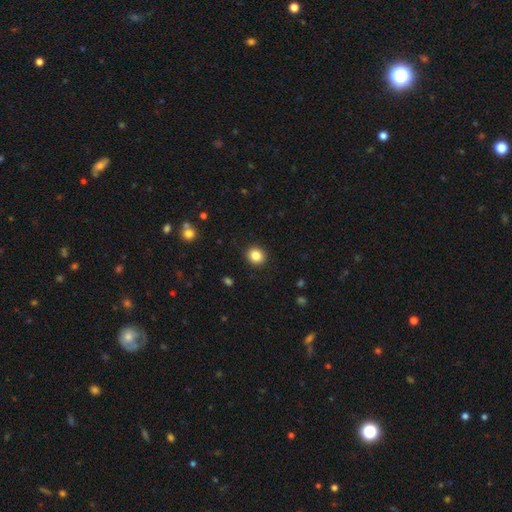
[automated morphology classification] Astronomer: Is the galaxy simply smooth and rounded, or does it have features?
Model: smooth — 85%.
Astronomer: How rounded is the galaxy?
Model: round — 82%.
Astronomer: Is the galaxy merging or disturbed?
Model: none — 92%.